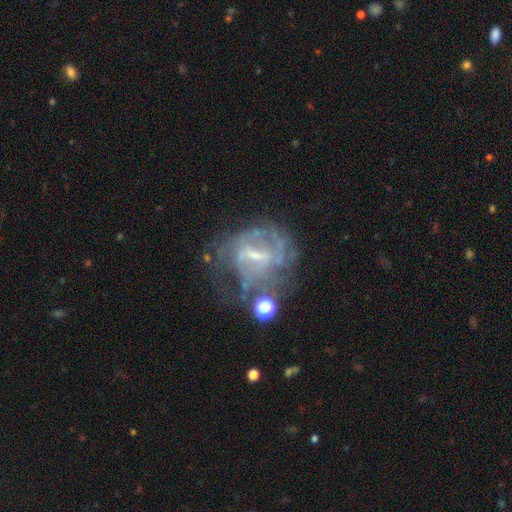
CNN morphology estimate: The model was most divided on "spiral winding": tight: 42%, medium: 39%, loose: 19%. Remaining: edge-on disk — no (97%); smooth or featured — featured or disk (77%); spiral arms — yes (67%); bar — weak (53%); spiral arm count — can't tell (52%); bulge size — small (50%); merging — none (42%).